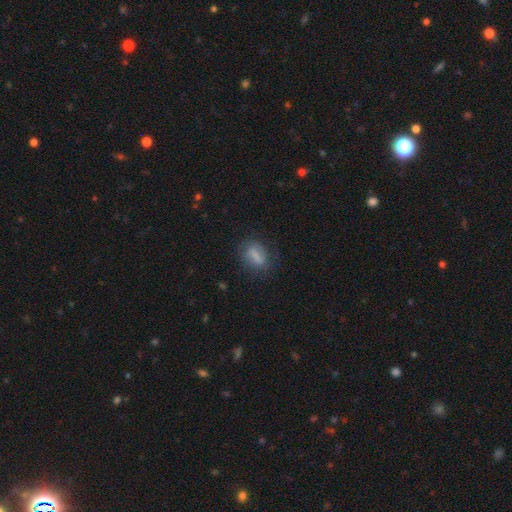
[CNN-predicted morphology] smooth_or_featured: smooth (p=0.66) [alt: featured or disk p=0.24]
how_rounded: in between (p=0.66) [alt: round p=0.17]
merging: none (p=0.70) [alt: minor disturbance p=0.19]